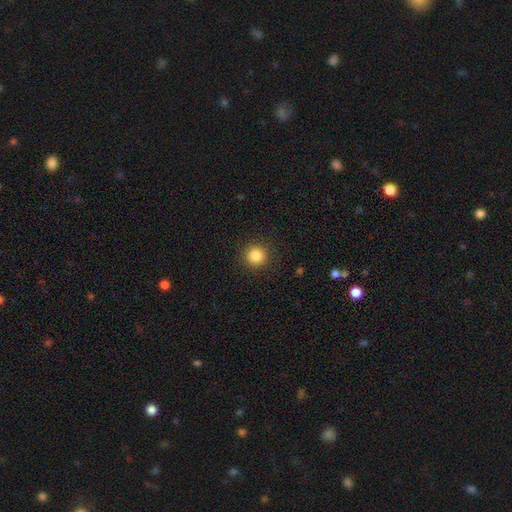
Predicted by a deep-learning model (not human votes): Overall: smooth (85%). How rounded: round (94%). Merging: none (91%).